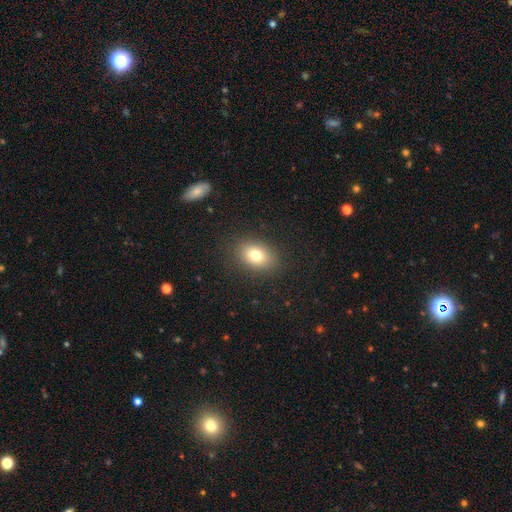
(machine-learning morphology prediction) smooth_or_featured: smooth (p=0.77) [alt: featured or disk p=0.12]
how_rounded: in between (p=0.73) [alt: round p=0.25]
merging: none (p=0.87) [alt: minor disturbance p=0.09]